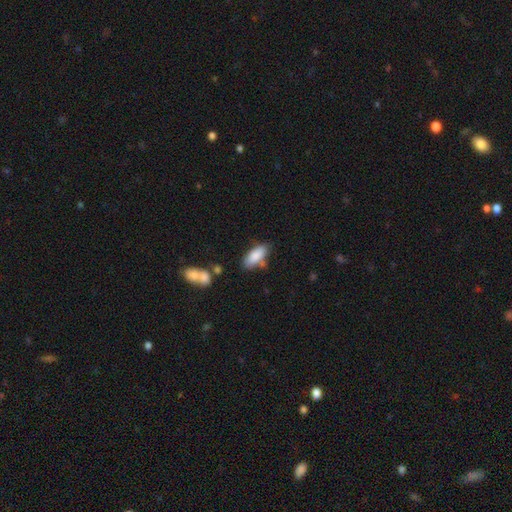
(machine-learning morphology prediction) The model was most divided on "merging": none: 69%, minor disturbance: 19%, merger: 8%, major disturbance: 4%. More confident: smooth or featured — smooth (86%); how rounded — in between (83%).